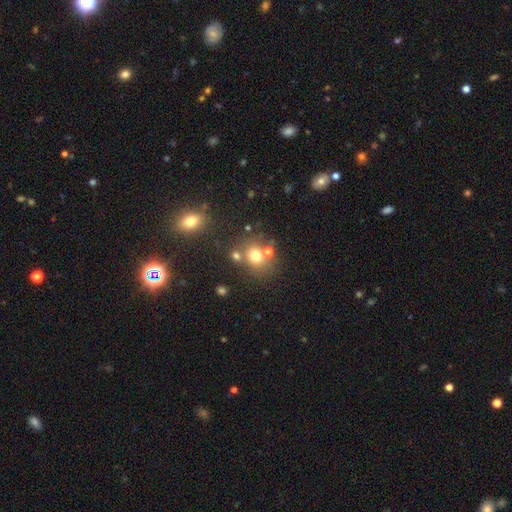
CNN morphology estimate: smooth-or-featured: smooth: 70% | star or artifact: 18% | featured or disk: 13%
  how-rounded: round: 75% | in between: 24% | cigar-shaped: 1%
  merging: none: 61% | merger: 23% | minor disturbance: 11% | major disturbance: 5%